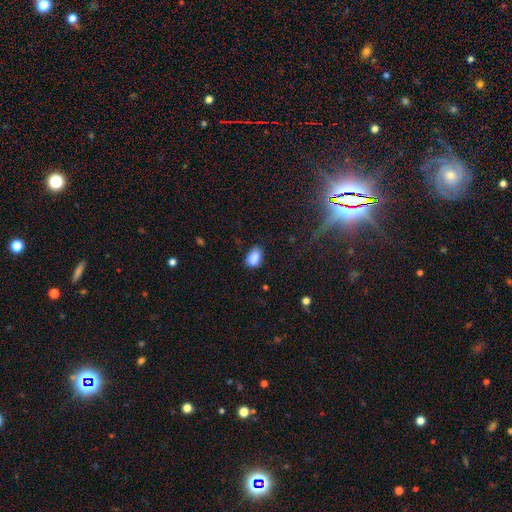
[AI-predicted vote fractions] Overall: smooth (87%). How rounded: in between (89%). Merging: none (72%).